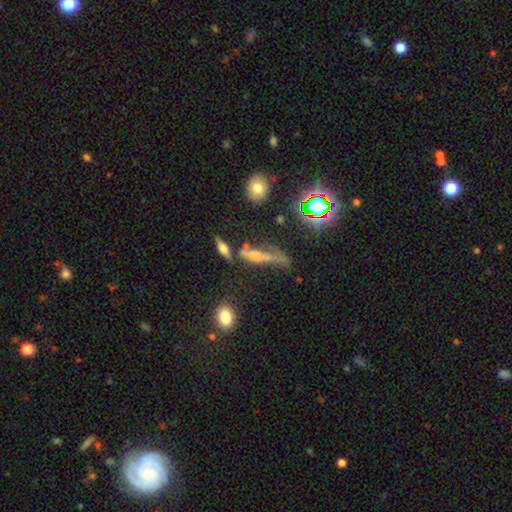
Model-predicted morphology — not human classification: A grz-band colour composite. It shows a smooth galaxy with no disk features (50%) that is cigar-shaped (65%). Merging: none (30%).